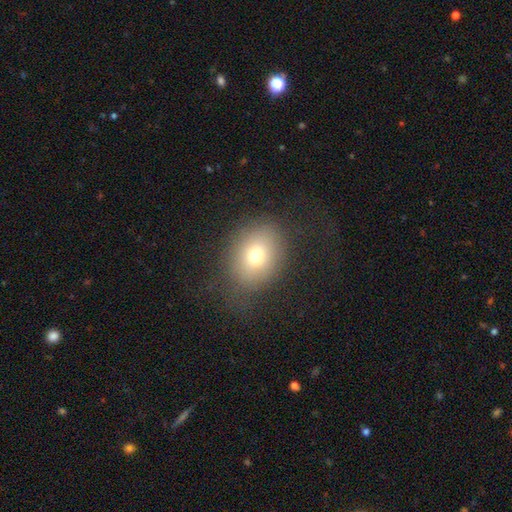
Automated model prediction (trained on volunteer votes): This is likely a smooth galaxy (71%). How rounded: possibly in between (52%). Merging: likely none (72%).